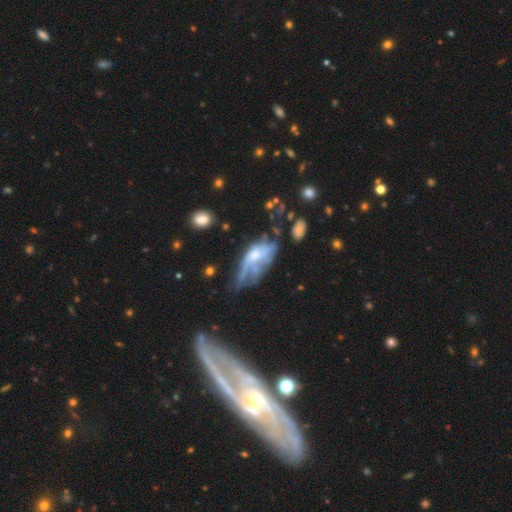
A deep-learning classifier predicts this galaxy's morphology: Smooth or featured: featured or disk — 59% (smooth — 31%)
Edge-on disk: no — 89% (yes — 11%)
Bar: no — 77% (weak — 18%)
Spiral arms: no — 58% (yes — 42%)
Bulge size: moderate — 42% (small — 33%)
Merging: major disturbance — 44% (none — 22%)